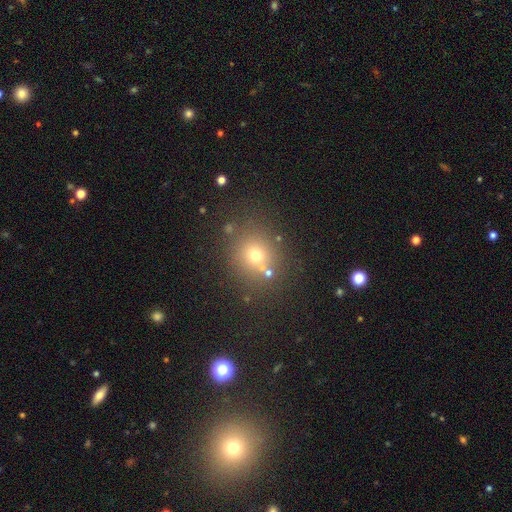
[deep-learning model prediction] Overall: smooth (66%). How rounded: round (82%). Merging: none (74%).